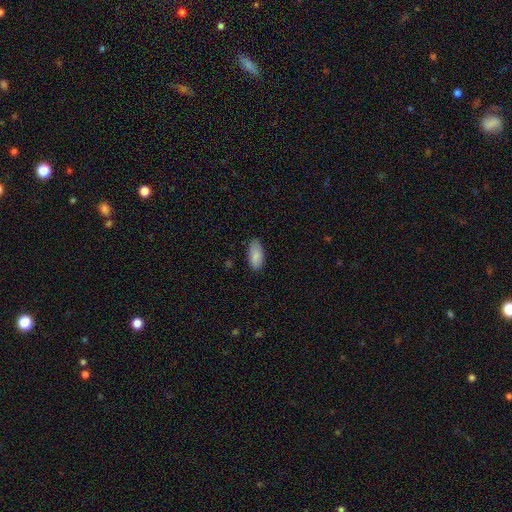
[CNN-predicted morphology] The model was most divided on "merging": none: 84%, minor disturbance: 13%, major disturbance: 2%, merger: 1%. More confident: how rounded — in between (89%); smooth or featured — smooth (88%).